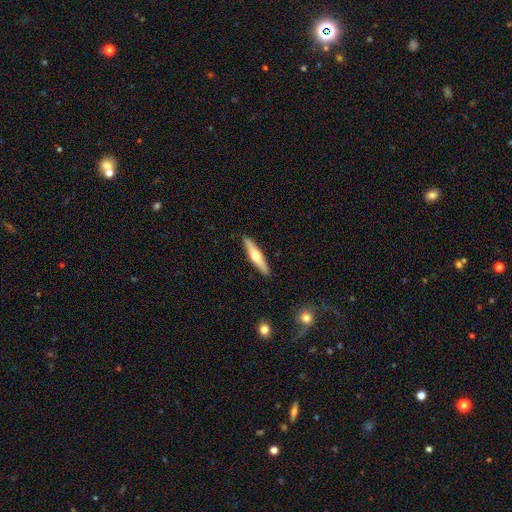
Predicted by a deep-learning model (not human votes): Q: Smooth or featured?
A: featured or disk (53%); runner-up: smooth (42%)
Q: Edge-on disk?
A: yes (94%); runner-up: no (6%)
Q: Merging?
A: none (90%); runner-up: minor disturbance (7%)